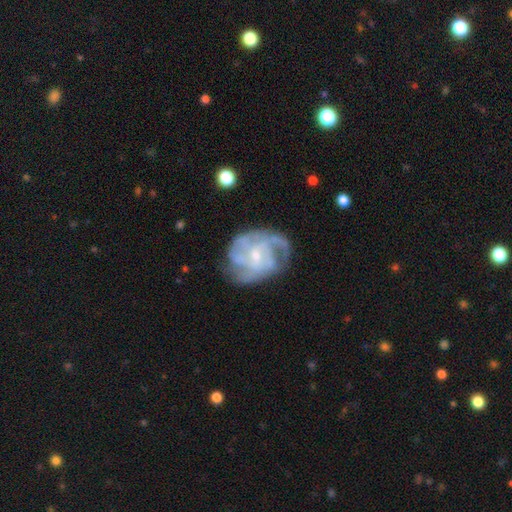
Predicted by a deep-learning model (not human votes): Smooth or featured: featured or disk — 82% (smooth — 12%)
Edge-on disk: no — 98% (yes — 2%)
Bar: no — 48% (weak — 44%)
Spiral arms: yes — 91% (no — 9%)
Spiral winding: medium — 43% (tight — 39%)
Spiral arm count: can't tell — 30% (3 — 27%)
Bulge size: small — 60% (moderate — 31%)
Merging: none — 59% (minor disturbance — 22%)